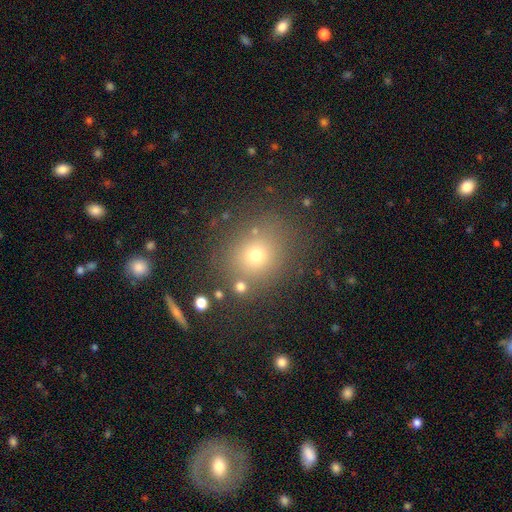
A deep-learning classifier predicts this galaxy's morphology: Smooth or featured: smooth — 71% (star or artifact — 19%)
How rounded: round — 77% (in between — 22%)
Merging: none — 80% (minor disturbance — 10%)